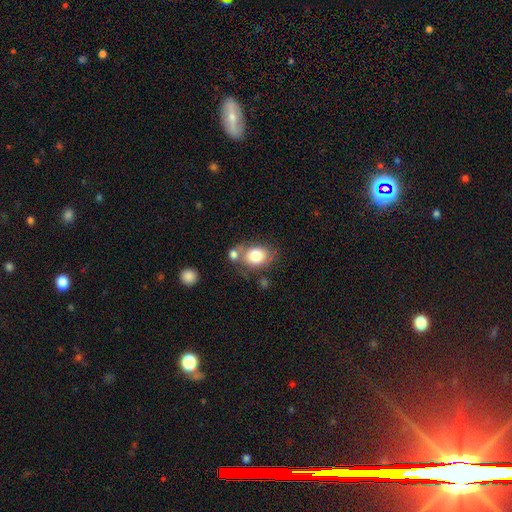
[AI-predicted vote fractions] This appears to be a smooth galaxy with no disk features (78%) that is in between round and cigar-shaped (58%). Merging: none (51%).